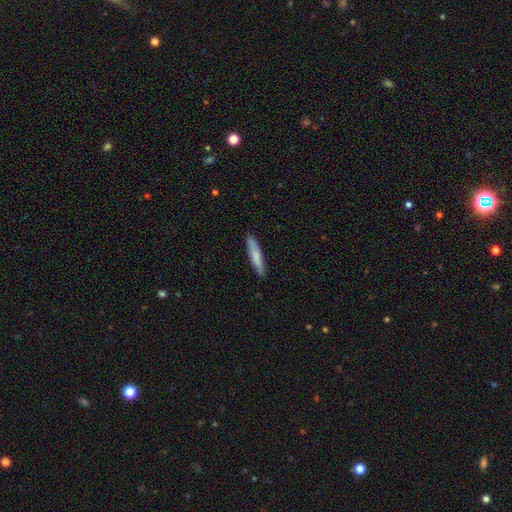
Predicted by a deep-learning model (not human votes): This appears to be a smooth galaxy with no disk features (77%) that is cigar-shaped (89%). Merging: none (88%).